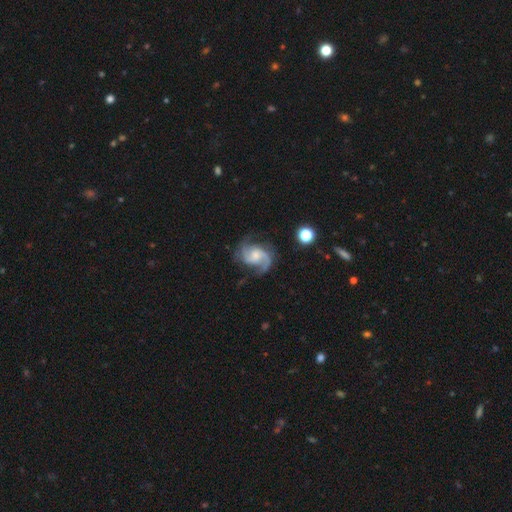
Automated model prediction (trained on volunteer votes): Overall: featured or disk (89%). Edge-on disk: no (98%). Bar: no (55%; weak 38%). Spiral arms: yes (98%). Spiral arm count: 2 (78%). Spiral winding: medium (54%; loose 29%). Bulge size: small (42%; moderate 39%). Merging: none (68%).